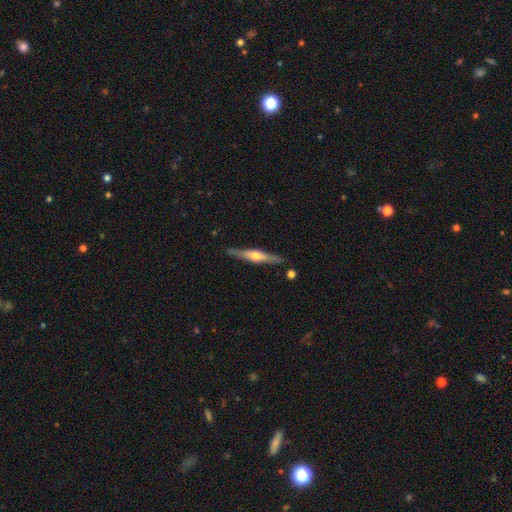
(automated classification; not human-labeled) Smooth or featured? Predicted: featured or disk (p=0.66). Edge-on disk? Predicted: yes (p=0.96). Edge-on bulge? Predicted: rounded (p=0.87). Merging? Predicted: none (p=0.86).